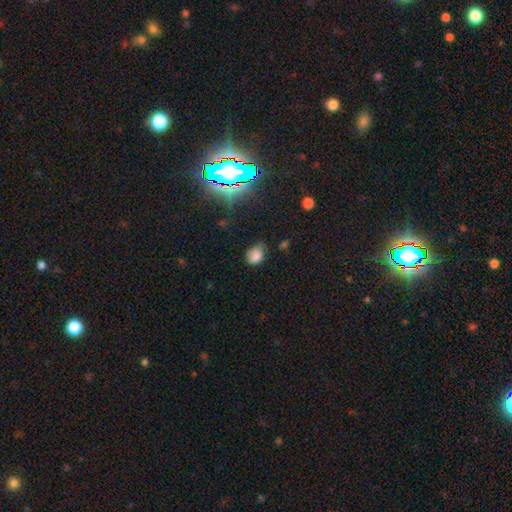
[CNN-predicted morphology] smooth-or-featured: smooth: 78% | star or artifact: 15% | featured or disk: 7%
  how-rounded: in between: 57% | round: 41% | cigar-shaped: 1%
  merging: none: 54% | minor disturbance: 36% | major disturbance: 8% | merger: 3%